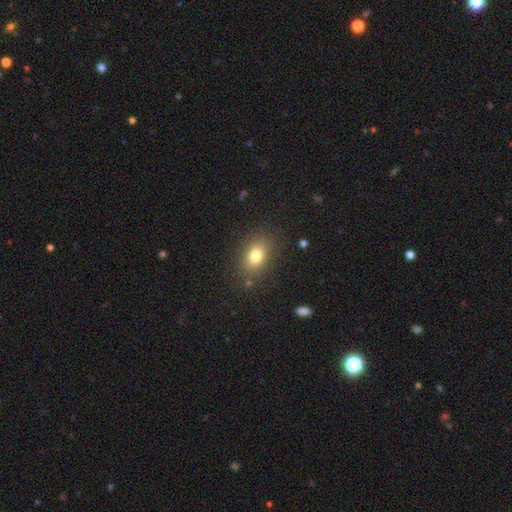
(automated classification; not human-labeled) This is likely a smooth galaxy (78%). How rounded: likely in between (74%). Merging: clearly none (83%).